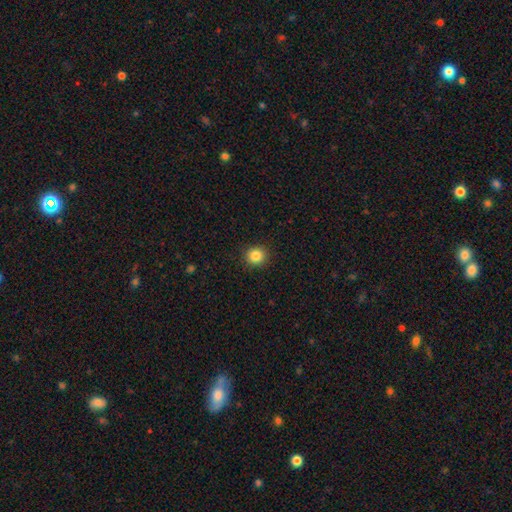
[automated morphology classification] A smooth galaxy with no disk features (85%) that is round (91%).

Vote fractions:
- Smooth or featured? smooth: 85% / star or artifact: 11% / featured or disk: 5%
- How rounded? round: 91% / in between: 8% / cigar-shaped: 1%
- Merging? none: 92% / minor disturbance: 6% / major disturbance: 2% / merger: 1%